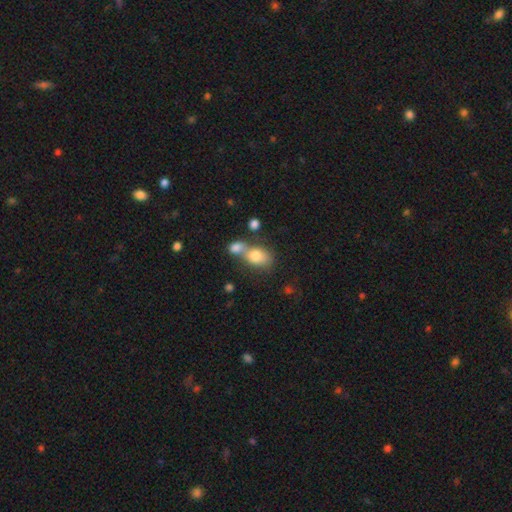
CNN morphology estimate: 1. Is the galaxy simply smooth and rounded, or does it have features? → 78% smooth, 13% featured or disk, 9% star or artifact.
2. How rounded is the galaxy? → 71% in between, 27% round, 2% cigar-shaped.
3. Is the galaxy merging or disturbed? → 54% merger, 31% none, 10% minor disturbance, 5% major disturbance.